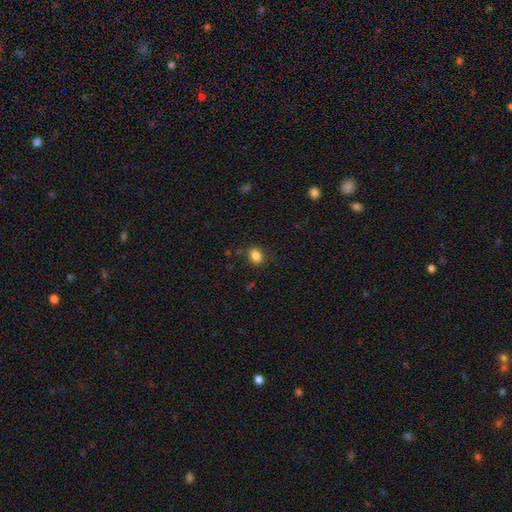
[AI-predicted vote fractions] smooth 85%, star or artifact 11%, featured or disk 4%. Down the decision tree: how rounded — in between (69%); merging — none (78%).